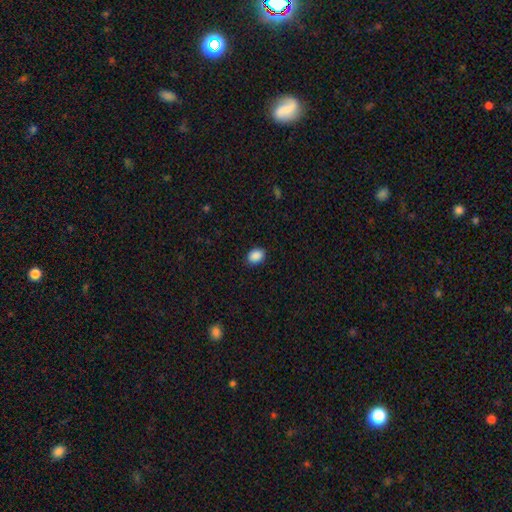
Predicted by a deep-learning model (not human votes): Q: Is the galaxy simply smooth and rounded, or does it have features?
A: smooth — 90%.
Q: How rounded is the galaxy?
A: in between — 73%.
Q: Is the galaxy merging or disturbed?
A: none — 88%.